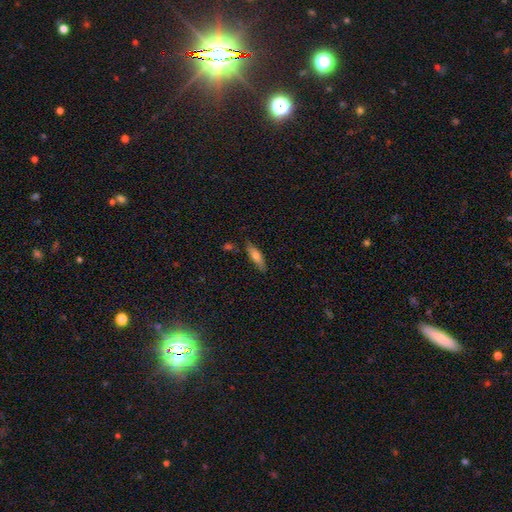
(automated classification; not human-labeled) Smooth or featured? smooth (63%)
How rounded? cigar-shaped (60%)
Merging? none (80%)